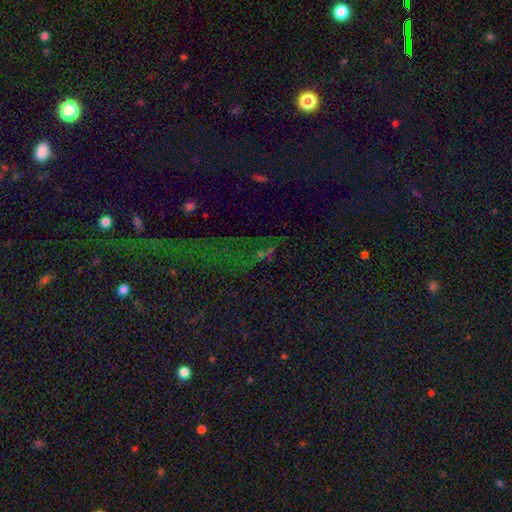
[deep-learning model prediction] Morphology: type=star or artifact (75%).